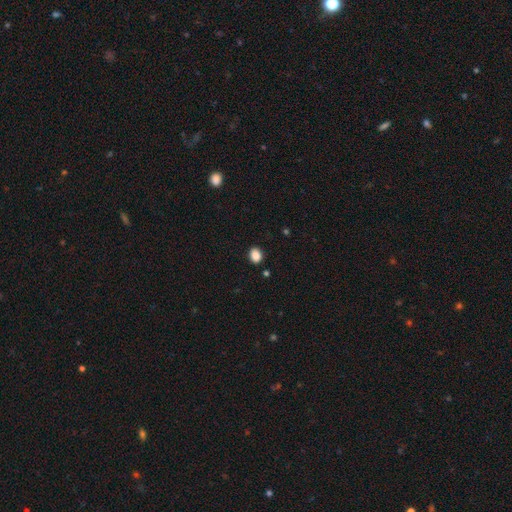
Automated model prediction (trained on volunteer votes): Smooth or featured? smooth (88%)
How rounded? in between (56%)
Merging? none (88%)